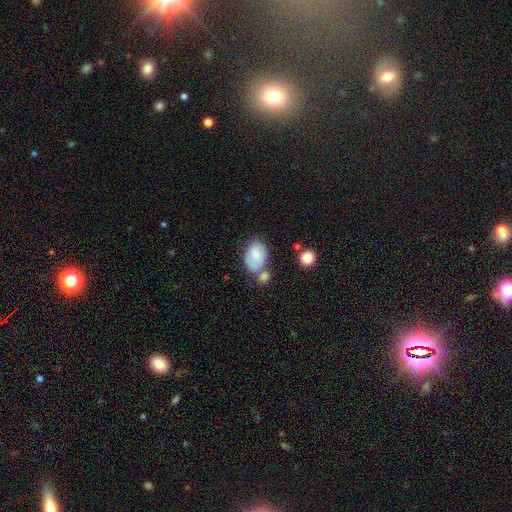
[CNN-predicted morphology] type=smooth (76%); roundness=in between (83%); merging=none (41%).